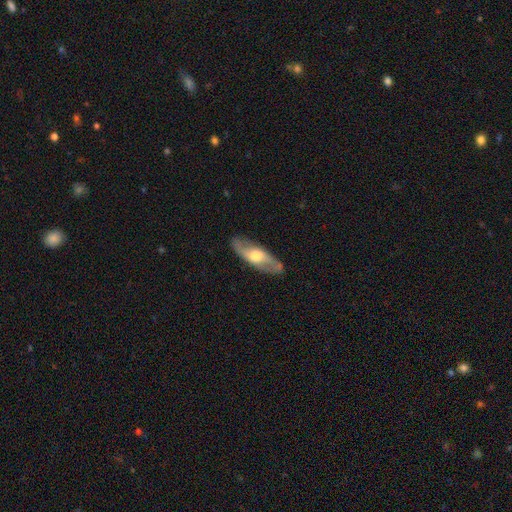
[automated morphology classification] featured or disk 60%, smooth 35%, star or artifact 5%. Down the decision tree: edge-on disk — no (66%); merging — none (84%).